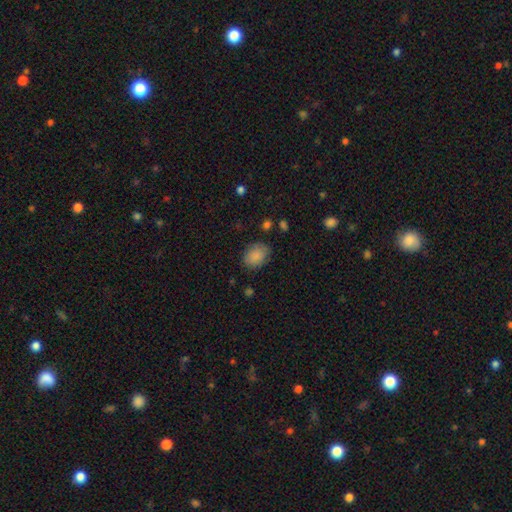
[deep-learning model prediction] smooth 87%, star or artifact 8%, featured or disk 5%. Down the decision tree: how rounded — in between (68%); merging — none (79%).